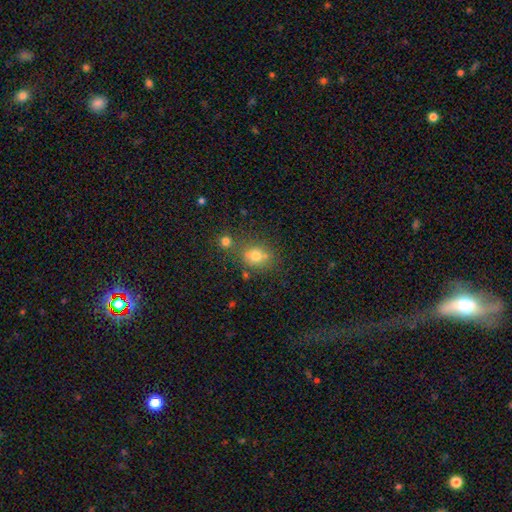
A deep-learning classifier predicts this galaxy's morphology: Smooth or featured?
  - smooth: 73% *
  - star or artifact: 15%
  - featured or disk: 12%
How rounded?
  - round: 60% *
  - in between: 38%
  - cigar-shaped: 1%
Merging?
  - none: 61% *
  - merger: 19%
  - minor disturbance: 15%
  - major disturbance: 5%